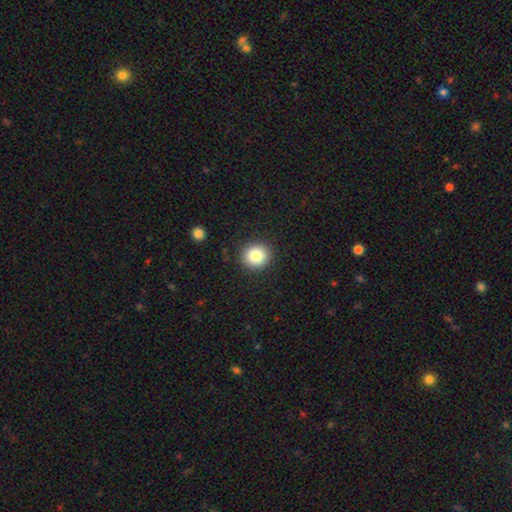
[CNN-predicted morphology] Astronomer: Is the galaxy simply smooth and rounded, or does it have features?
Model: smooth — 84%.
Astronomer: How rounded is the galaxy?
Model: round — 87%.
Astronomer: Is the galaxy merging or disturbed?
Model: none — 90%.